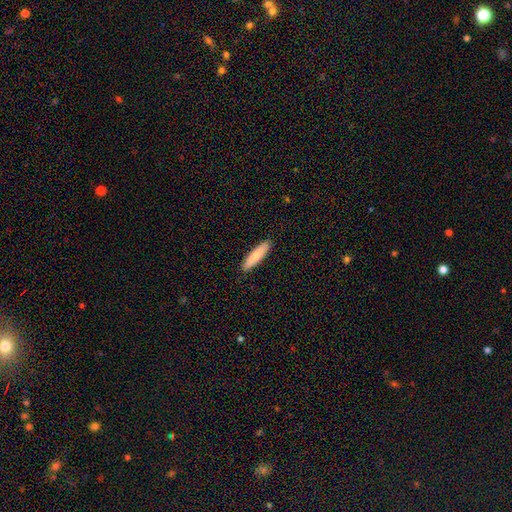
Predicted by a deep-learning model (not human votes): A smooth galaxy with no disk features (81%) that is cigar-shaped (77%). Merging: none (90%).